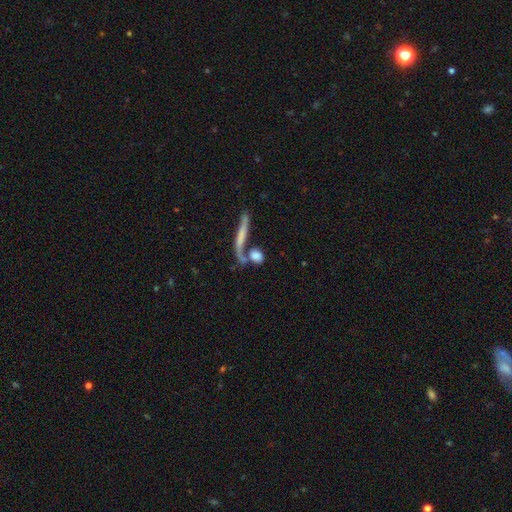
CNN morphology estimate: smooth 66%, featured or disk 25%, star or artifact 9%. Down the decision tree: how rounded — round (43%); merging — merger (40%).